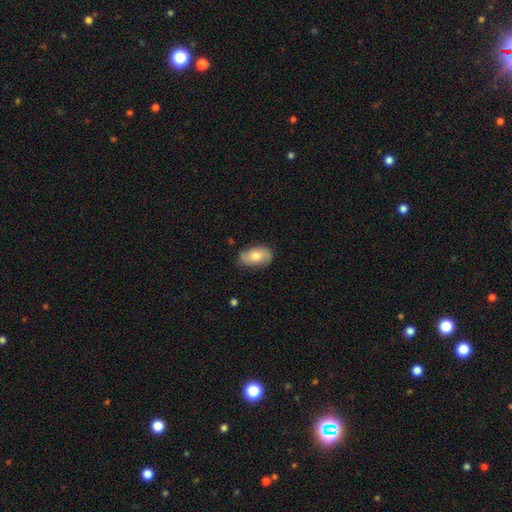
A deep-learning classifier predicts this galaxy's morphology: A smooth galaxy with no disk features (65%) that is in between round and cigar-shaped (91%). Merging: none (70%).